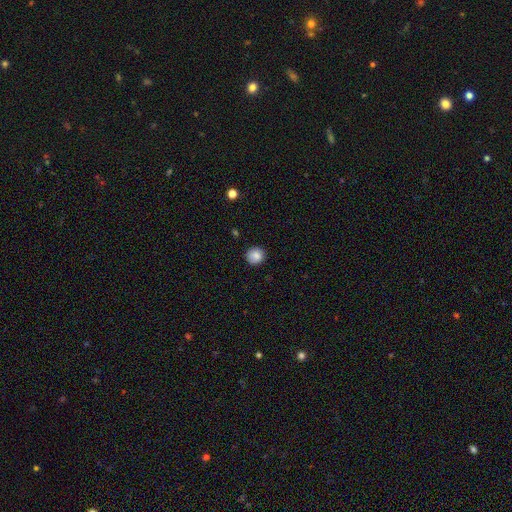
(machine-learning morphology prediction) Smooth or featured?
  - smooth: 85% *
  - star or artifact: 9%
  - featured or disk: 6%
How rounded?
  - round: 91% *
  - in between: 8%
  - cigar-shaped: 1%
Merging?
  - none: 89% *
  - minor disturbance: 8%
  - major disturbance: 2%
  - merger: 1%